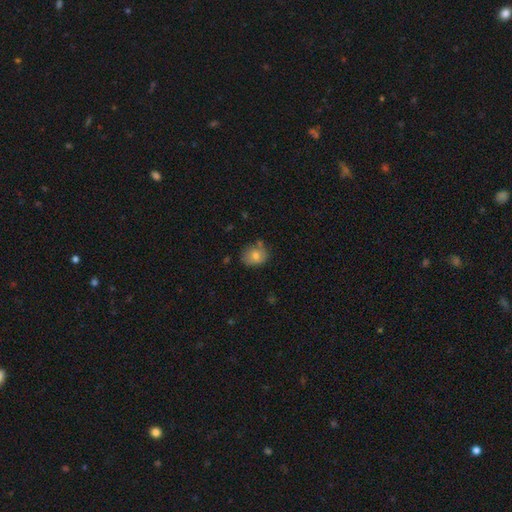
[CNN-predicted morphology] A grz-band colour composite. It shows a smooth galaxy with no disk features (76%) that is round (56%). Merging: none (64%).